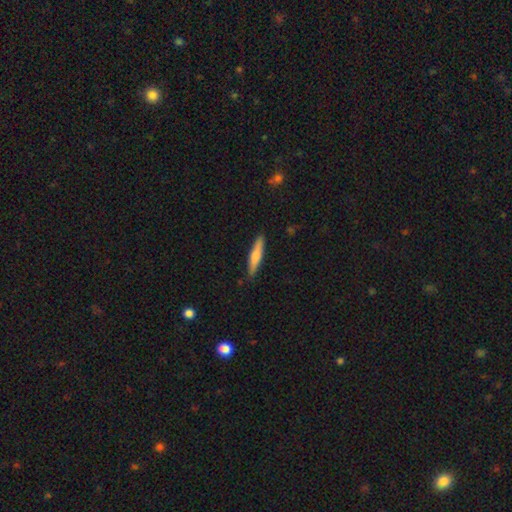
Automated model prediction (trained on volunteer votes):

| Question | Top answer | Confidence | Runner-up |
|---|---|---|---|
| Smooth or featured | smooth | 65% | featured or disk (29%) |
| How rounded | cigar-shaped | 88% | in between (10%) |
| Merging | none | 88% | minor disturbance (9%) |